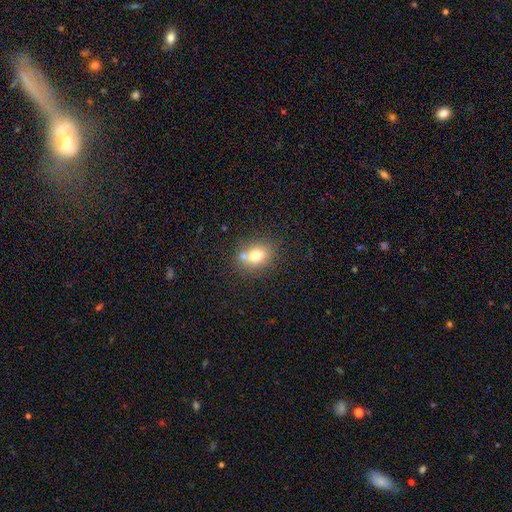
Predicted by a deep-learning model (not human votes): The model was most divided on "how rounded": in between: 51%, round: 48%, cigar-shaped: 1%. More confident: smooth or featured — smooth (73%); merging — none (55%).